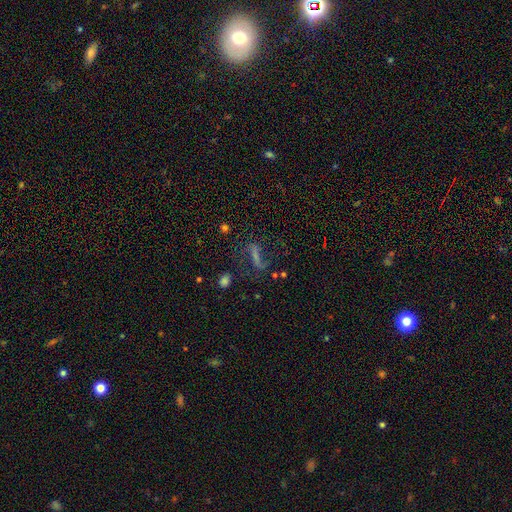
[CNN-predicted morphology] Q: Smooth or featured?
A: featured or disk (45%); runner-up: star or artifact (28%)
Q: Merging?
A: none (59%); runner-up: major disturbance (20%)